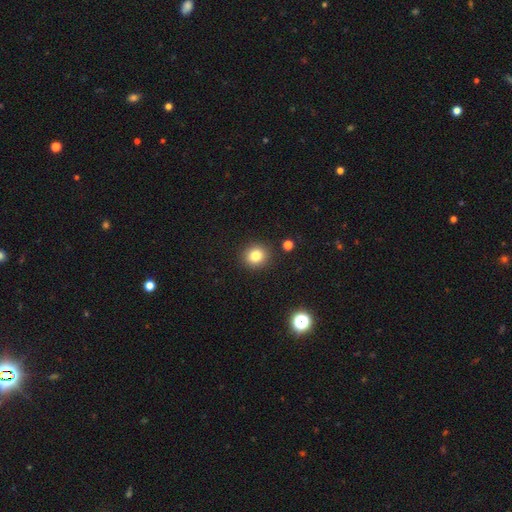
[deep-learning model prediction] Smooth or featured? Predicted: smooth (p=0.81). How rounded? Predicted: round (p=0.87). Merging? Predicted: none (p=0.90).